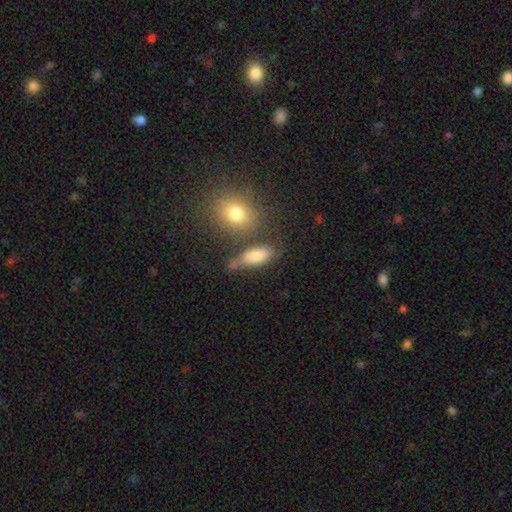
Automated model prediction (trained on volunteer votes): Overall: smooth (76%). How rounded: in between (72%). Merging: none (58%; minor disturbance 20%).